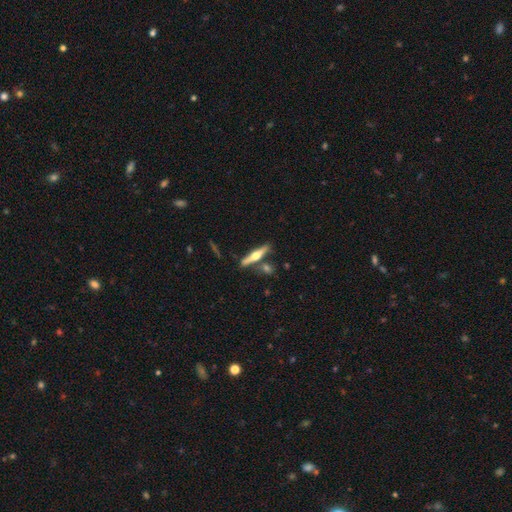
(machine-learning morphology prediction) smooth_or_featured: featured or disk (p=0.67) [alt: smooth p=0.28]
disk_edge_on: yes (p=0.96) [alt: no p=0.04]
edge_on_bulge: rounded (p=0.95) [alt: boxy p=0.03]
merging: none (p=0.78) [alt: merger p=0.10]